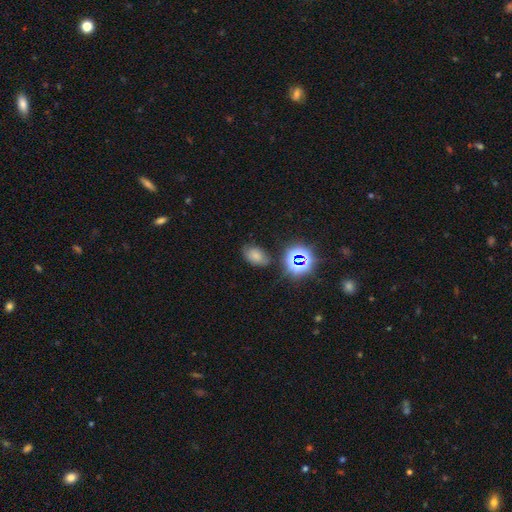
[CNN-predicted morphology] type=smooth (63%); roundness=in between (84%); merging=none (70%).